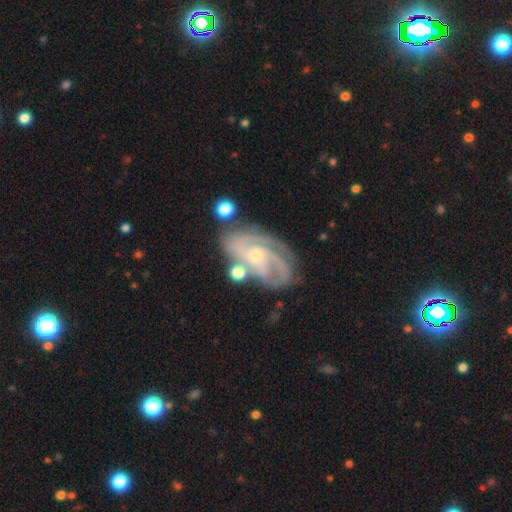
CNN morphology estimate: Smooth or featured: featured or disk — 88% (smooth — 6%)
Edge-on disk: no — 96% (yes — 4%)
Bar: no — 66% (weak — 26%)
Spiral arms: yes — 97% (no — 3%)
Spiral winding: tight — 60% (medium — 33%)
Spiral arm count: 3 — 40% (2 — 23%)
Bulge size: small — 73% (moderate — 23%)
Merging: none — 64% (minor disturbance — 20%)